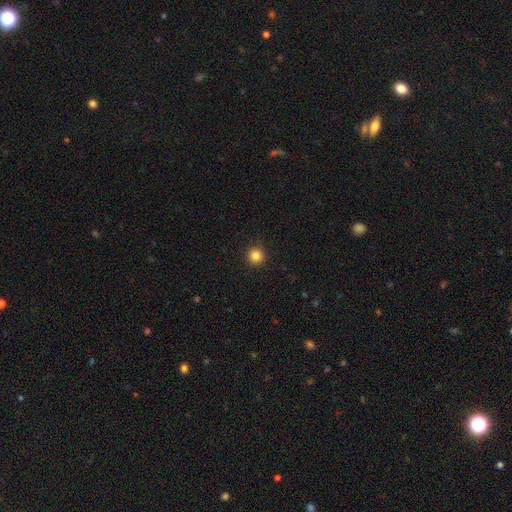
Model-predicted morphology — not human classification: smooth 85%, star or artifact 12%, featured or disk 4%. Down the decision tree: how rounded — round (96%); merging — none (93%).